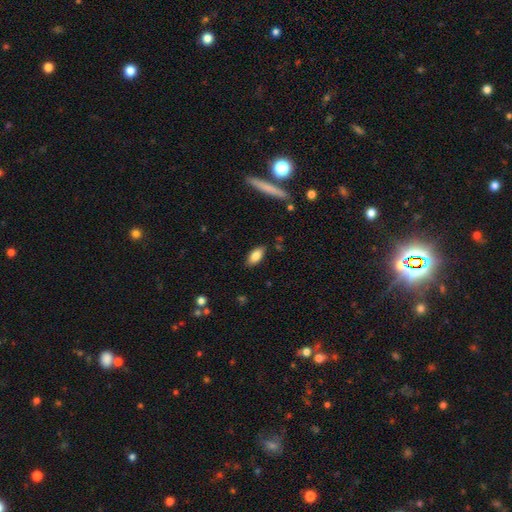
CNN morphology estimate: Smooth or featured: smooth — 84% (featured or disk — 9%)
How rounded: in between — 88% (cigar-shaped — 10%)
Merging: none — 85% (minor disturbance — 11%)